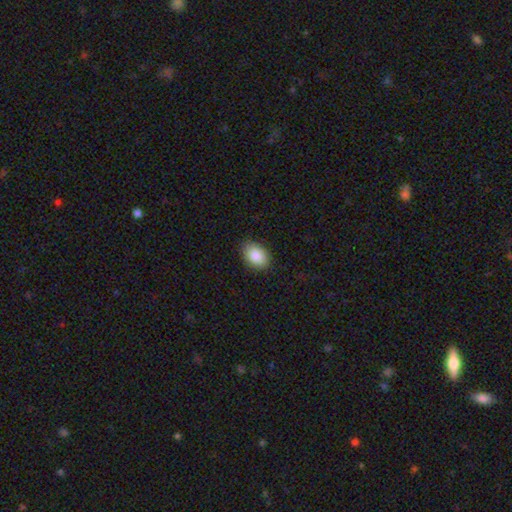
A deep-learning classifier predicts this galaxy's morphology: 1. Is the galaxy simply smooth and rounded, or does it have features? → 87% smooth, 7% star or artifact, 6% featured or disk.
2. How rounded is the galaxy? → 84% in between, 15% round, 1% cigar-shaped.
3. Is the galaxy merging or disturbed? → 85% none, 11% minor disturbance, 2% major disturbance, 1% merger.